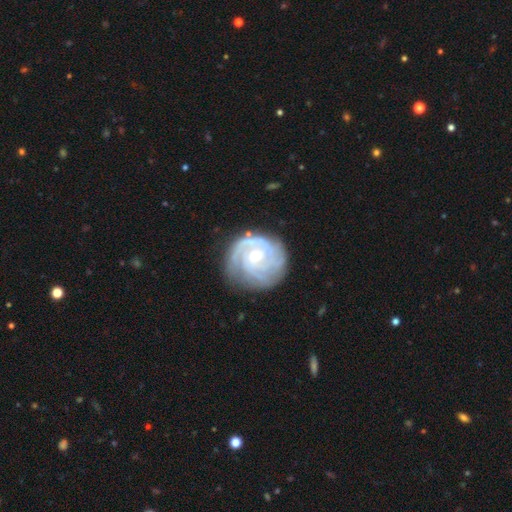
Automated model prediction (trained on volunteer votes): A featured or disk galaxy (87%) with no bar (68%), 3 (28%) tight (77%) spiral arms (97%) and a small central bulge (56%). Merging: none (75%).